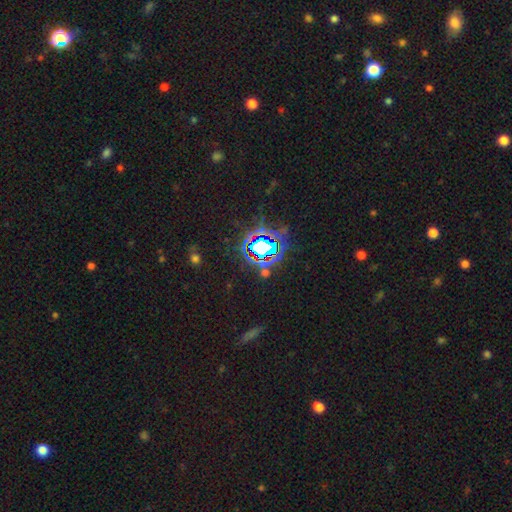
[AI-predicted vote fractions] Smooth or featured? star or artifact (75%)